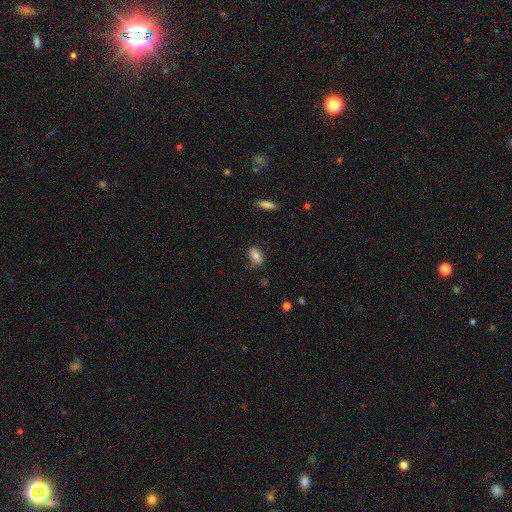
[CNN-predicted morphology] Smooth or featured? Predicted: smooth (p=0.77). How rounded? Predicted: in between (p=0.85). Merging? Predicted: none (p=0.64).